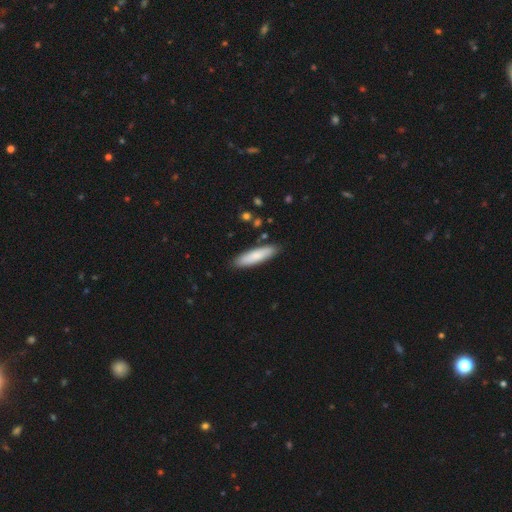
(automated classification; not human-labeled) Overall: smooth (79%). How rounded: cigar-shaped (67%; in between 31%). Merging: none (87%).